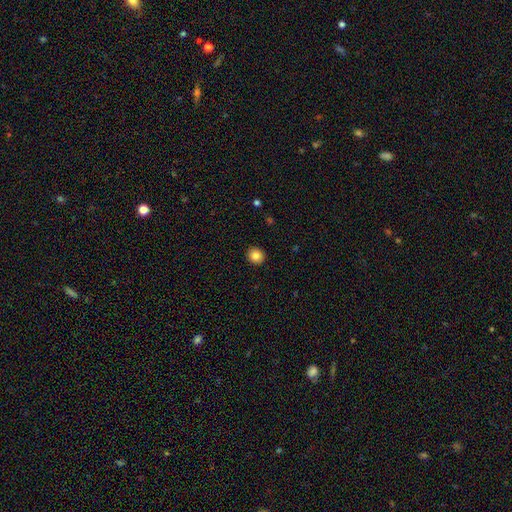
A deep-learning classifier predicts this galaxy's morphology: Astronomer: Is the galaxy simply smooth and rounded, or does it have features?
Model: smooth — 84%.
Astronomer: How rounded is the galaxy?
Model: round — 87%.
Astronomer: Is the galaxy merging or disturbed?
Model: none — 92%.